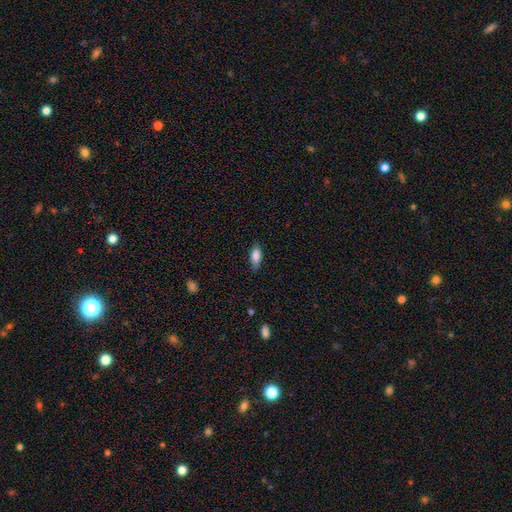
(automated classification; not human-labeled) Q: Smooth or featured?
A: smooth (84%); runner-up: featured or disk (9%)
Q: How rounded?
A: in between (80%); runner-up: cigar-shaped (17%)
Q: Merging?
A: none (78%); runner-up: minor disturbance (18%)